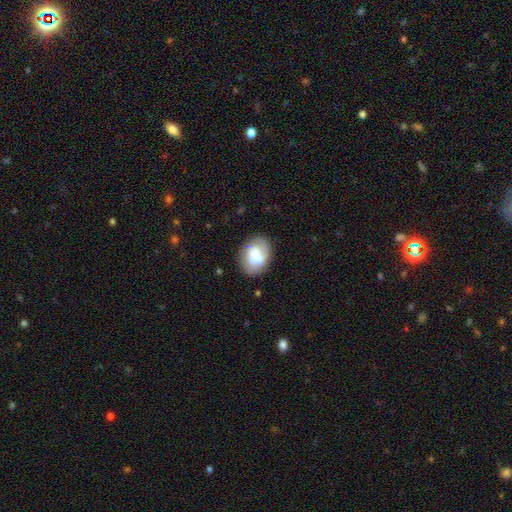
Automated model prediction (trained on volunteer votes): This is possibly a smooth galaxy (53%). How rounded: likely in between (67%). Merging: likely none (72%).